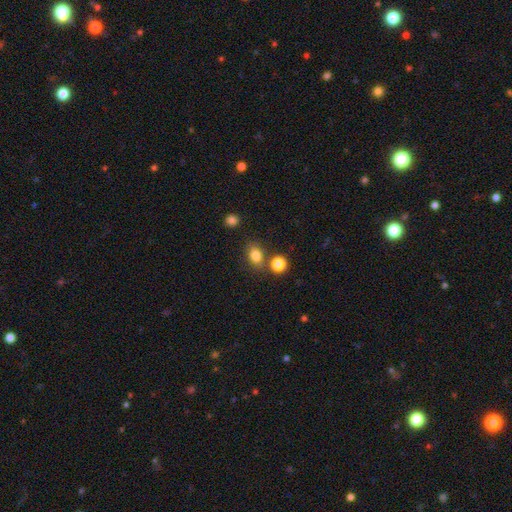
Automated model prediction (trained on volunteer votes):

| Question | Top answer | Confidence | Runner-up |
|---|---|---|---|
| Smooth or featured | smooth | 81% | star or artifact (12%) |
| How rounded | in between | 63% | round (35%) |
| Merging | none | 72% | merger (12%) |